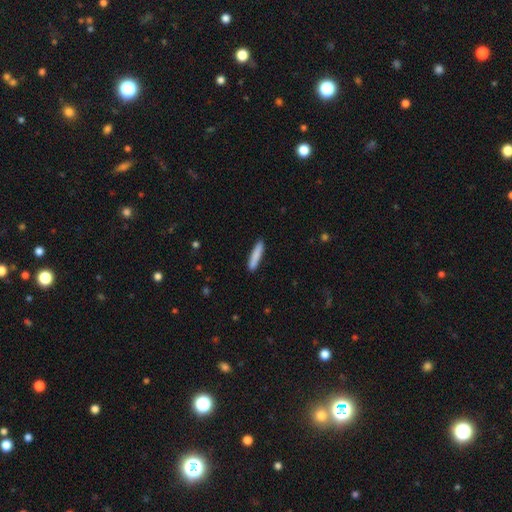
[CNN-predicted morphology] Smooth or featured? Predicted: smooth (p=0.85). How rounded? Predicted: cigar-shaped (p=0.89). Merging? Predicted: none (p=0.90).